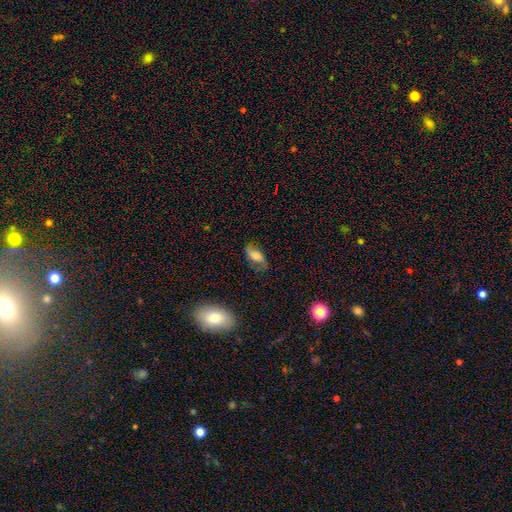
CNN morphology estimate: A smooth galaxy with no disk features (52%) that is in between round and cigar-shaped (84%). Merging: none (68%).